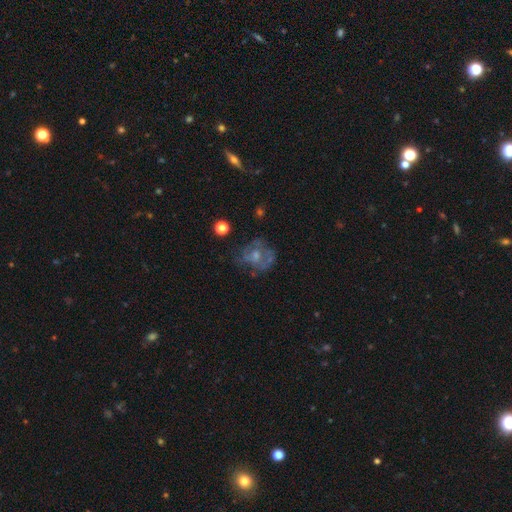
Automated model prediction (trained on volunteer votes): Morphology: type=featured or disk (58%); edge-on=no (97%); bar=no (79%); spiral arms=no (59%); bulge=small (42%, tied with moderate); merging=none (54%).